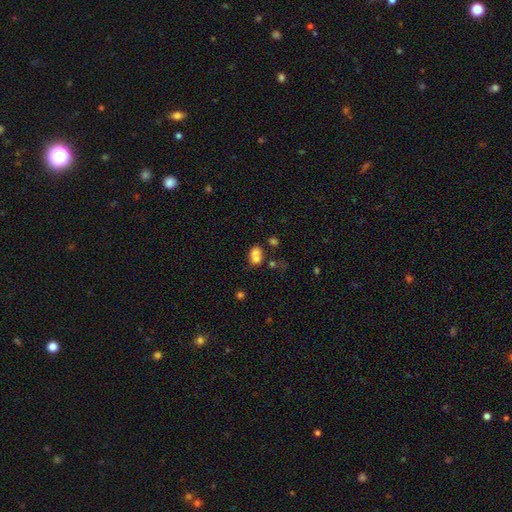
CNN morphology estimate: smooth-or-featured: smooth: 68% | featured or disk: 20% | star or artifact: 13%
  how-rounded: round: 50% | in between: 48% | cigar-shaped: 1%
  merging: merger: 62% | none: 24% | minor disturbance: 8% | major disturbance: 6%